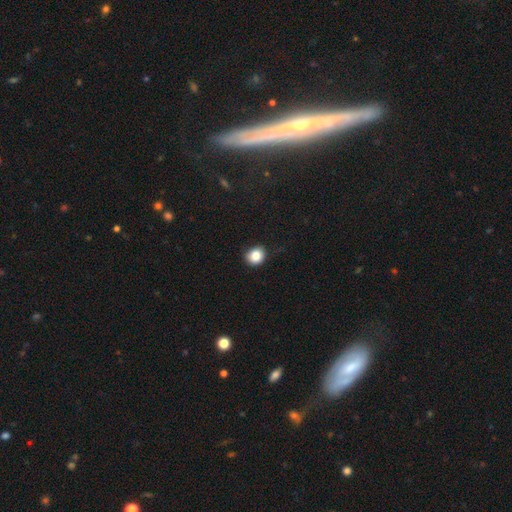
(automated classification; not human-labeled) Smooth or featured? smooth (84%)
How rounded? round (77%)
Merging? none (78%)